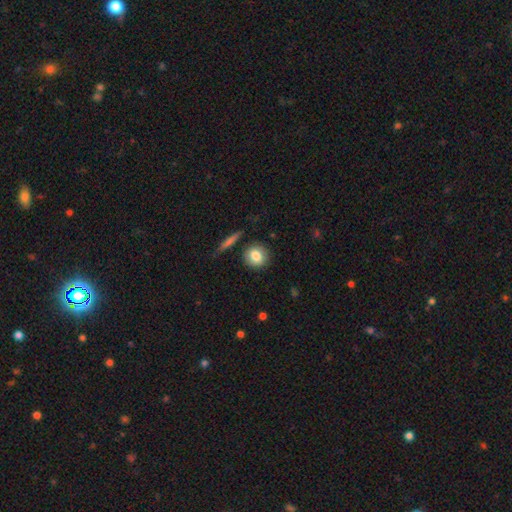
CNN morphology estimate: smooth 81%, featured or disk 11%, star or artifact 8%. Down the decision tree: how rounded — round (83%); merging — none (85%).